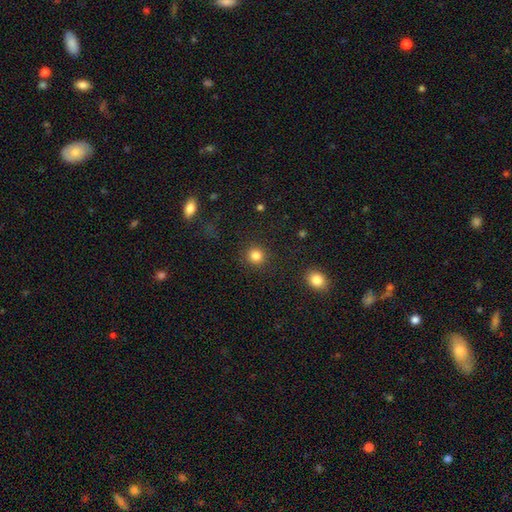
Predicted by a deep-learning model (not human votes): The model was most divided on "smooth or featured": smooth: 85%, star or artifact: 11%, featured or disk: 4%. More confident: how rounded — round (93%); merging — none (90%).